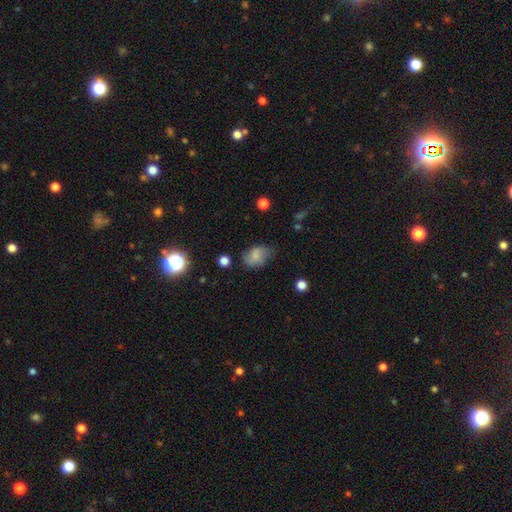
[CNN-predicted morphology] This appears to be a smooth galaxy with no disk features (73%) that is in between round and cigar-shaped (76%). Merging: none (55%).